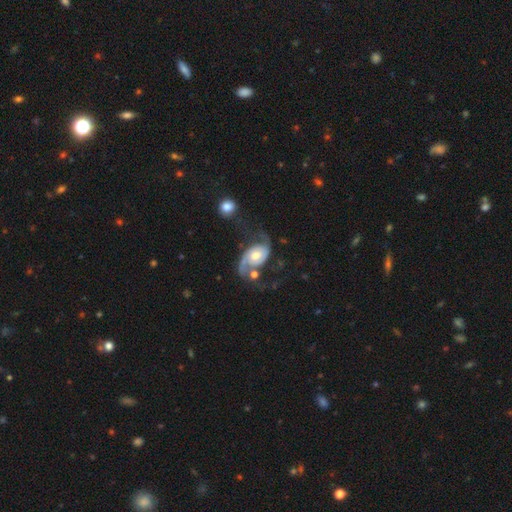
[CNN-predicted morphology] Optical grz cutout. It shows a featured or disk galaxy (82%) with no bar (67%), 2 (84%) loose (46%) spiral arms (93%) and a moderate central bulge (63%). Merging: none (37%).